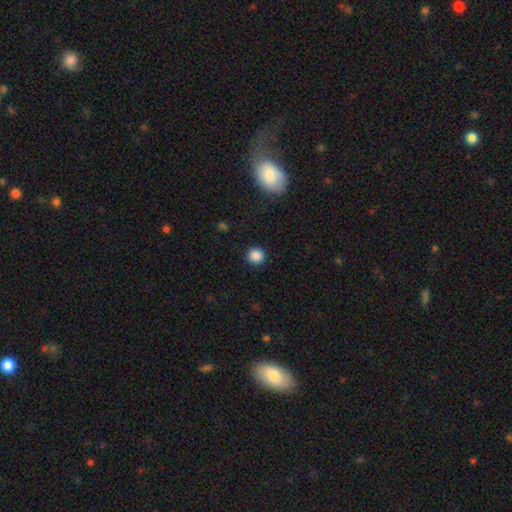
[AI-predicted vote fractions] Smooth or featured?
  - smooth: 87% *
  - star or artifact: 11%
  - featured or disk: 3%
How rounded?
  - round: 92% *
  - in between: 7%
  - cigar-shaped: 1%
Merging?
  - none: 91% *
  - minor disturbance: 5%
  - major disturbance: 2%
  - merger: 1%